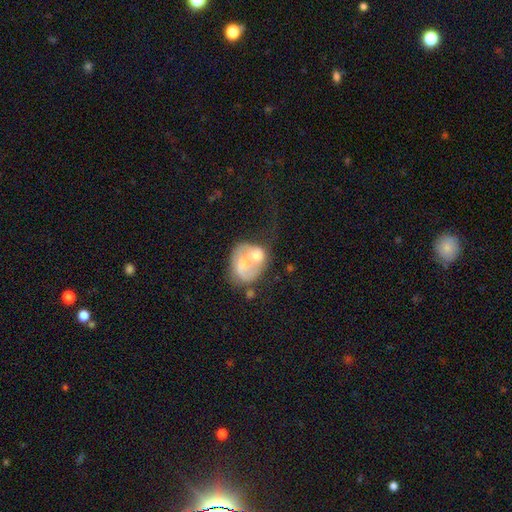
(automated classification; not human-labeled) This appears to be a smooth galaxy with no disk features (46%, tied with featured or disk). Merging: merger (32%).